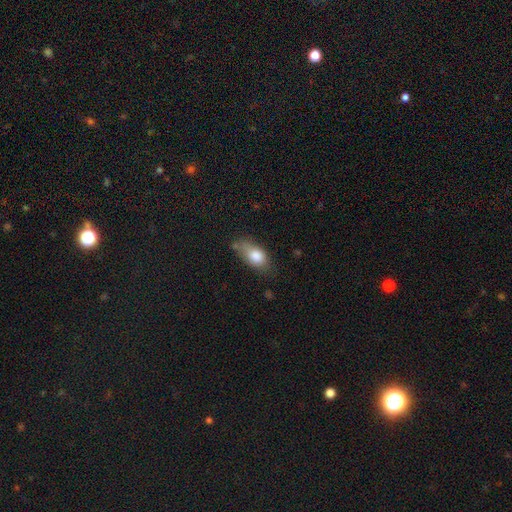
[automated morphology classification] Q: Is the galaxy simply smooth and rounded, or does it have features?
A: smooth — 81%.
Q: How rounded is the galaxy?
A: in between — 87%.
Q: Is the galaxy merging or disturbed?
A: none — 50%.